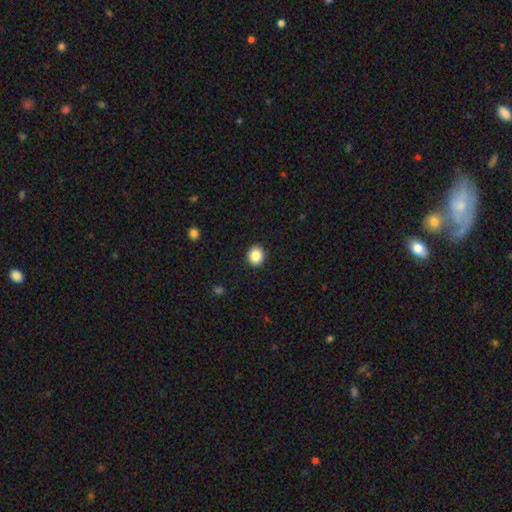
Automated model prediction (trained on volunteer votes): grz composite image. It shows a smooth galaxy with no disk features (85%) that is round (83%). Merging: none (92%).